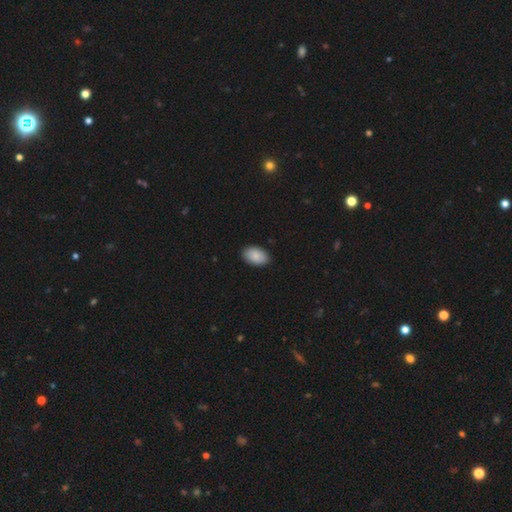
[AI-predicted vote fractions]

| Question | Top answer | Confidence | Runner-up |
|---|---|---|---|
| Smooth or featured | smooth | 89% | star or artifact (6%) |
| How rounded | in between | 93% | round (6%) |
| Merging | none | 89% | minor disturbance (8%) |